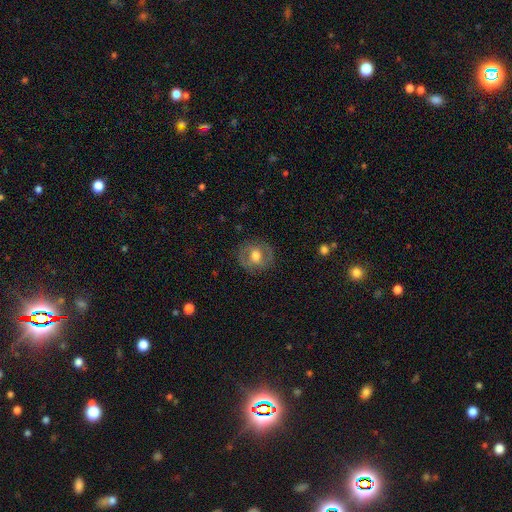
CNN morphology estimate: Q: Smooth or featured?
A: featured or disk (53%); runner-up: smooth (40%)
Q: Edge-on disk?
A: no (94%); runner-up: yes (6%)
Q: Bar?
A: no (44%); runner-up: weak (38%)
Q: Spiral arms?
A: no (54%); runner-up: yes (46%)
Q: Bulge size?
A: moderate (68%); runner-up: large (21%)
Q: Merging?
A: none (82%); runner-up: minor disturbance (12%)